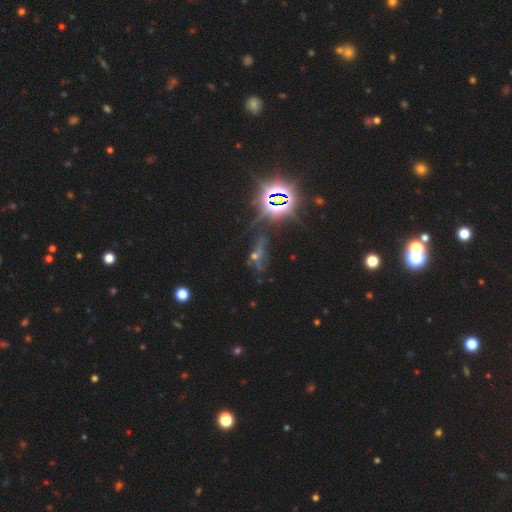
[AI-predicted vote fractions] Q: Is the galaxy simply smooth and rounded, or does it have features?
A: star or artifact — 56%.